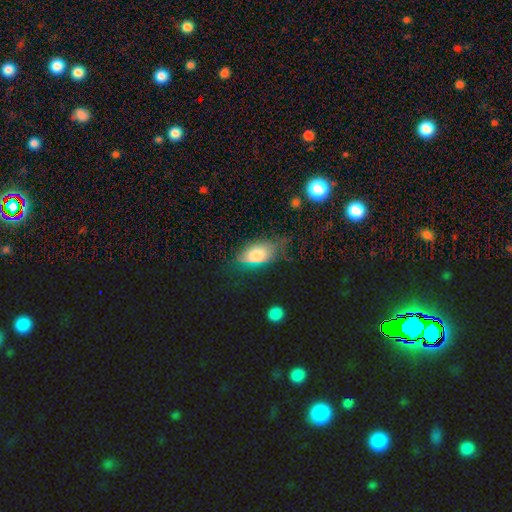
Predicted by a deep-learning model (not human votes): smooth-or-featured: smooth: 72% | featured or disk: 18% | star or artifact: 10%
  how-rounded: in between: 89% | round: 7% | cigar-shaped: 4%
  merging: none: 60% | minor disturbance: 27% | major disturbance: 10% | merger: 2%